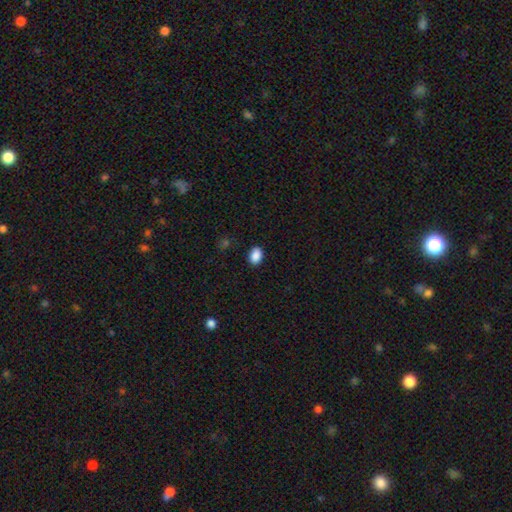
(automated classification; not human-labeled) smooth 89%, star or artifact 8%, featured or disk 3%. Down the decision tree: how rounded — in between (80%); merging — none (88%).